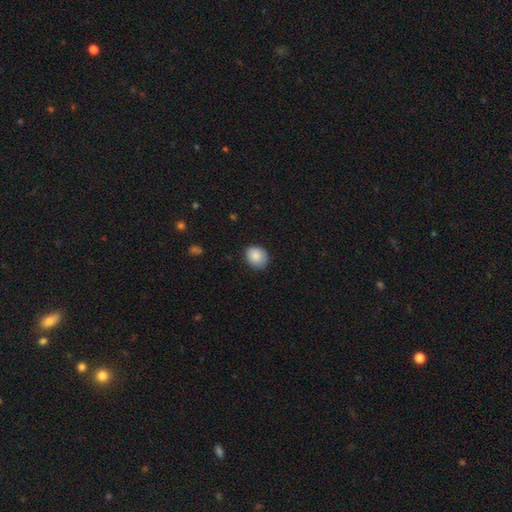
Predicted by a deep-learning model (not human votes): Overall: smooth (88%). How rounded: round (57%; in between 42%). Merging: none (80%).